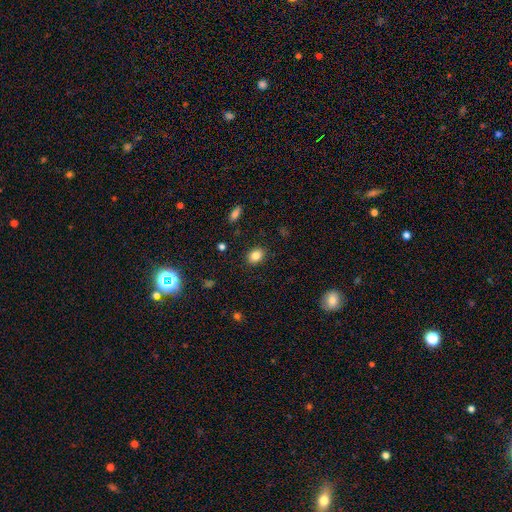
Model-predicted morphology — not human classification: A smooth galaxy with no disk features (84%) that is in between round and cigar-shaped (63%).

Vote fractions:
- Smooth or featured? smooth: 84% / star or artifact: 10% / featured or disk: 6%
- How rounded? in between: 63% / round: 36% / cigar-shaped: 1%
- Merging? none: 87% / minor disturbance: 9% / major disturbance: 3% / merger: 1%